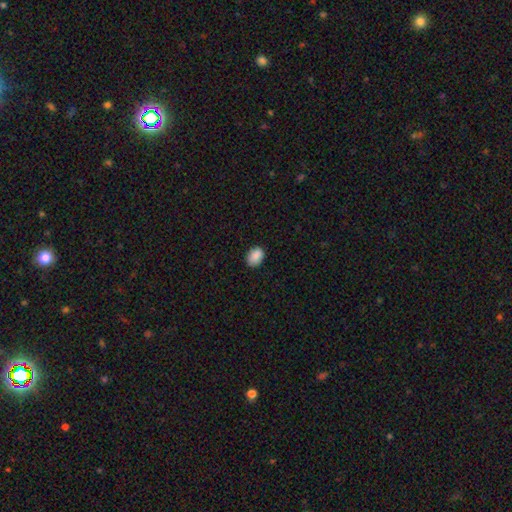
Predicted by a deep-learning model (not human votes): Q: Smooth or featured?
A: smooth (89%); runner-up: star or artifact (8%)
Q: How rounded?
A: in between (76%); runner-up: round (23%)
Q: Merging?
A: none (84%); runner-up: minor disturbance (13%)